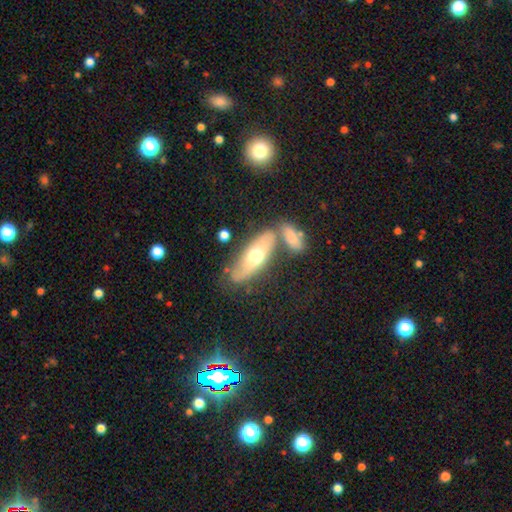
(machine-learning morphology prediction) Smooth or featured? smooth (52%)
How rounded? in between (67%)
Merging? none (60%)